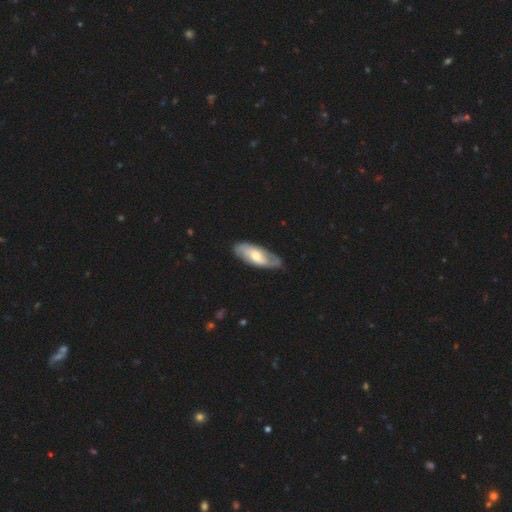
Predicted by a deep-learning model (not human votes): Smooth or featured? featured or disk (53%)
Edge-on disk? no (84%)
Merging? none (77%)